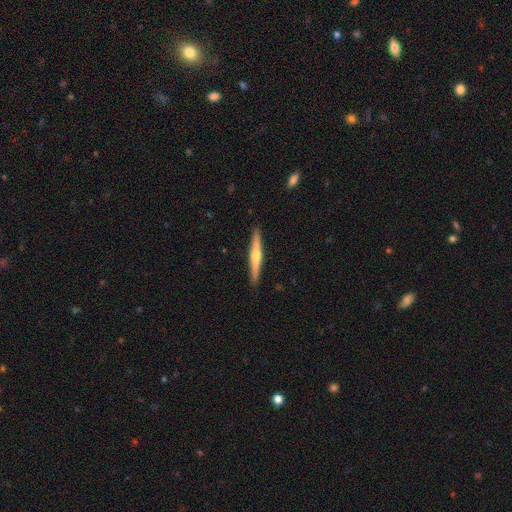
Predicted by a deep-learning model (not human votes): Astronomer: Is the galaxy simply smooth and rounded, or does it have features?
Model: featured or disk — 62%.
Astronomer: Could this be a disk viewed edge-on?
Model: yes — 97%.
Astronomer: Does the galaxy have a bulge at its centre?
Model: rounded — 85%.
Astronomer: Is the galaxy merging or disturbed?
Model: none — 91%.